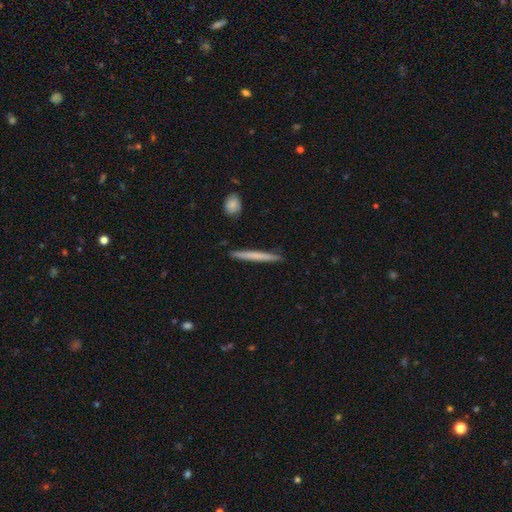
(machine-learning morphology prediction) smooth 62%, featured or disk 33%, star or artifact 5%. Down the decision tree: how rounded — cigar-shaped (97%); merging — none (91%).